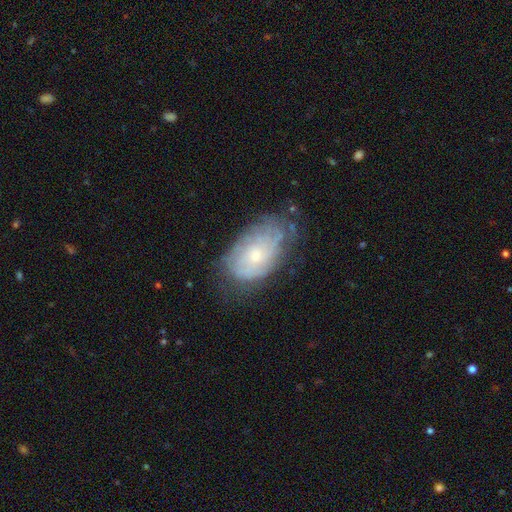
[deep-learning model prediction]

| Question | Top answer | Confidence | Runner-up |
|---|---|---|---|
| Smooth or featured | featured or disk | 65% | smooth (28%) |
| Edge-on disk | no | 95% | yes (5%) |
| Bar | no | 81% | weak (17%) |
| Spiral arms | yes | 77% | no (23%) |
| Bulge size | small | 60% | moderate (34%) |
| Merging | none | 61% | minor disturbance (27%) |